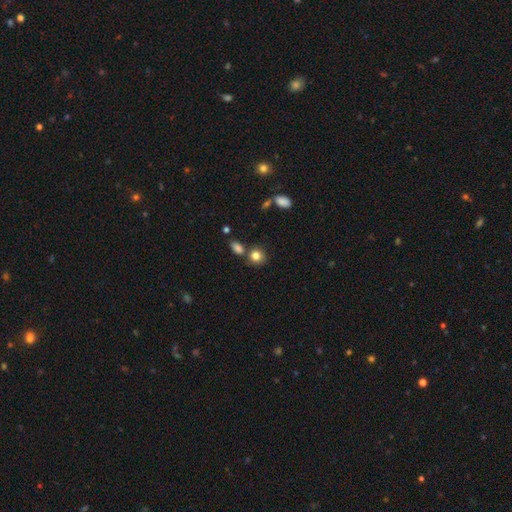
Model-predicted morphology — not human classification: smooth 83%, star or artifact 10%, featured or disk 7%. Down the decision tree: how rounded — round (75%); merging — none (65%).